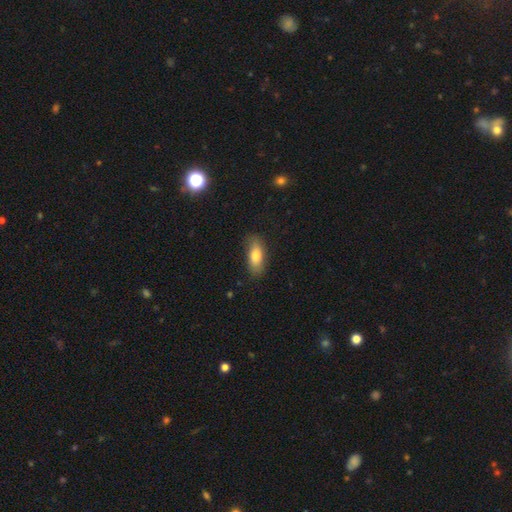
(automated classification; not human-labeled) This is likely a smooth galaxy (78%). How rounded: likely in between (79%). Merging: clearly none (82%).